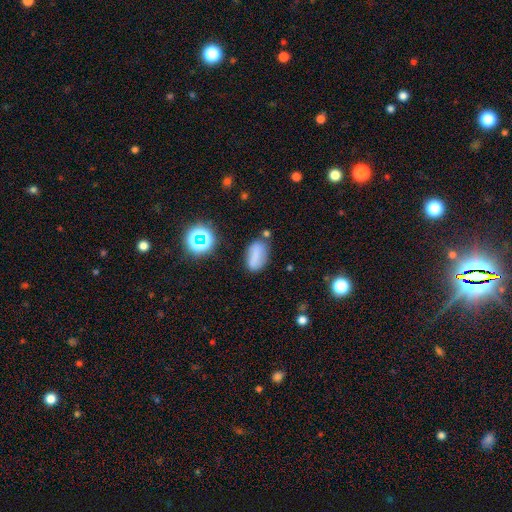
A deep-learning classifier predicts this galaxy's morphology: This is likely a smooth galaxy (72%). How rounded: clearly in between (88%). Merging: likely none (69%).